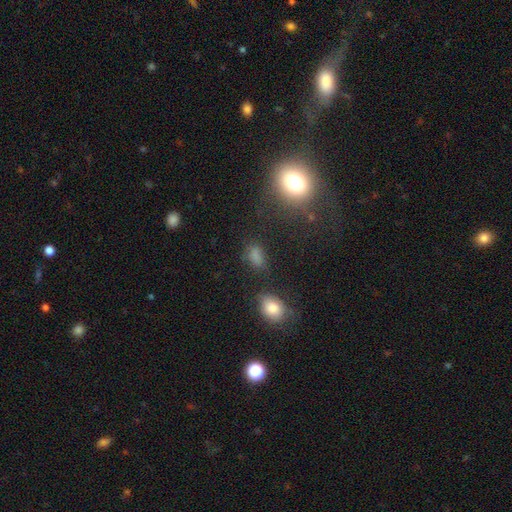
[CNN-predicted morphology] Smooth or featured? Predicted: smooth (p=0.75). How rounded? Predicted: in between (p=0.81). Merging? Predicted: none (p=0.65).